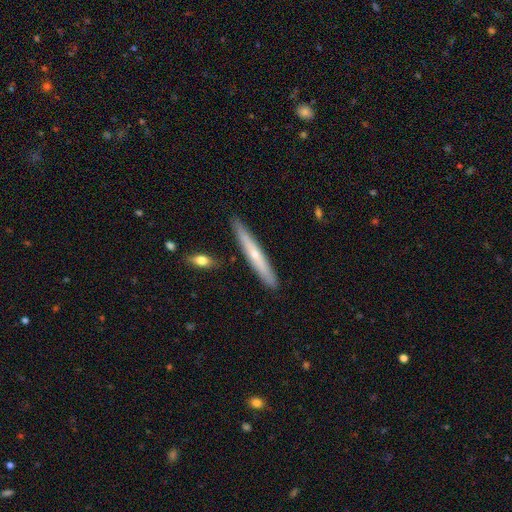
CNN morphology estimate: smooth_or_featured: featured or disk (p=0.53) [alt: smooth p=0.40]
disk_edge_on: yes (p=0.93) [alt: no p=0.07]
merging: none (p=0.88) [alt: minor disturbance p=0.09]